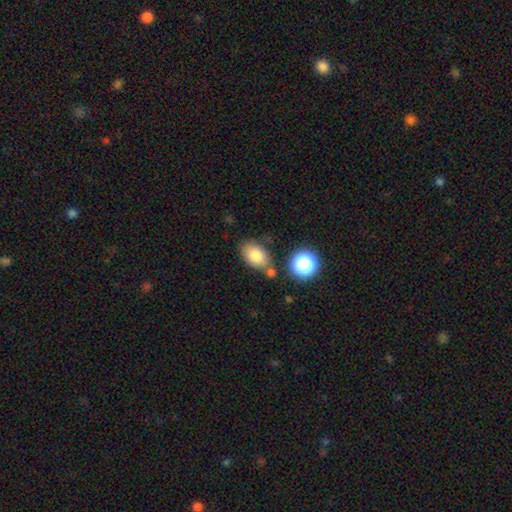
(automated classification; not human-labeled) The model was most divided on "merging": none: 68%, minor disturbance: 14%, merger: 14%, major disturbance: 4%. More confident: how rounded — in between (85%); smooth or featured — smooth (80%).